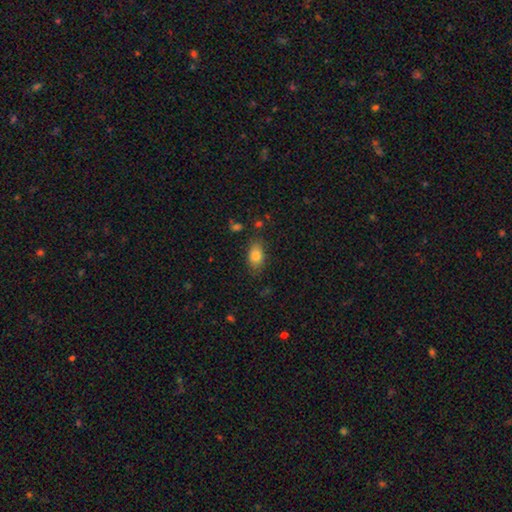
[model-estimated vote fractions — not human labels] Q: Smooth or featured?
A: smooth (84%); runner-up: star or artifact (8%)
Q: How rounded?
A: in between (87%); runner-up: round (10%)
Q: Merging?
A: none (79%); runner-up: minor disturbance (15%)